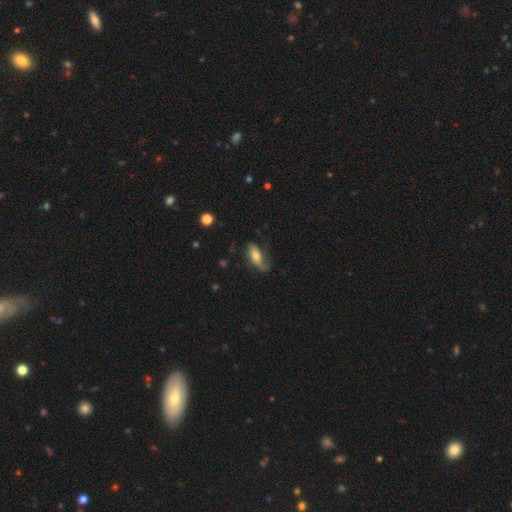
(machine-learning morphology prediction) Smooth or featured? Predicted: smooth (p=0.50). Merging? Predicted: none (p=0.55).